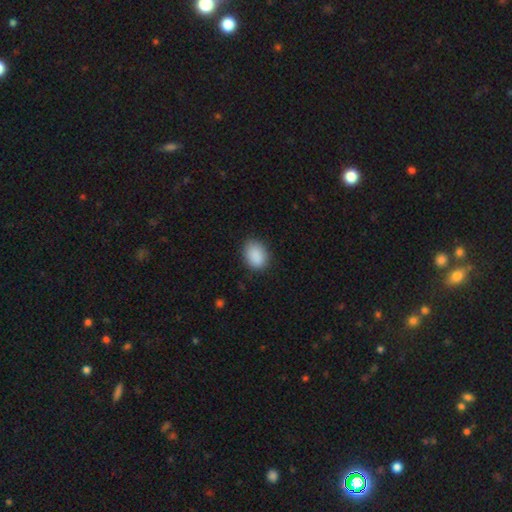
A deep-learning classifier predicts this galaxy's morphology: smooth_or_featured: smooth (p=0.89) [alt: star or artifact p=0.08]
how_rounded: in between (p=0.72) [alt: round p=0.27]
merging: none (p=0.83) [alt: minor disturbance p=0.13]